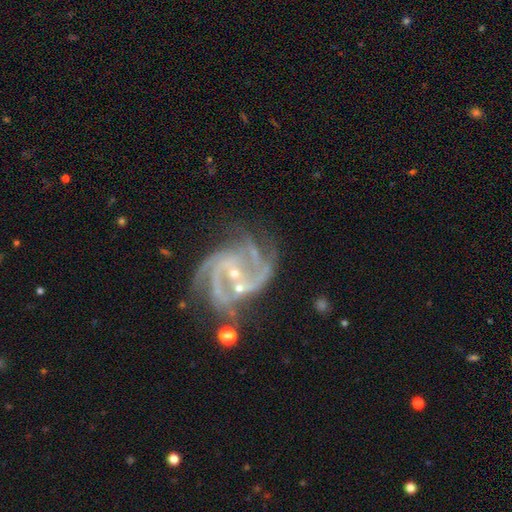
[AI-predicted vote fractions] Smooth or featured? Predicted: featured or disk (p=0.90). Edge-on disk? Predicted: no (p=0.98). Bar? Predicted: no (p=0.46). Spiral arms? Predicted: yes (p=0.98). Spiral winding? Predicted: medium (p=0.54). Spiral arm count? Predicted: 3 (p=0.40). Bulge size? Predicted: small (p=0.80). Merging? Predicted: none (p=0.50).